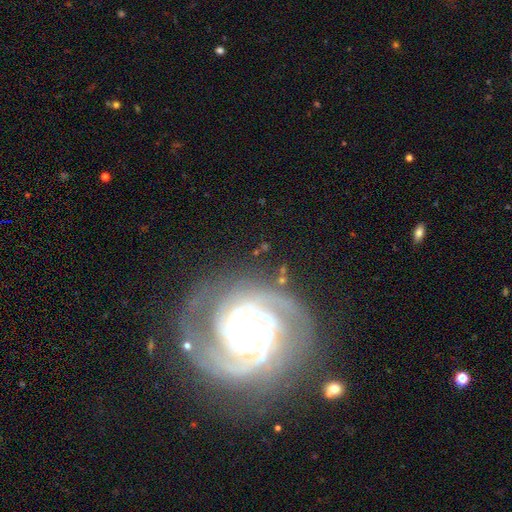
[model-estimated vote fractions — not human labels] The model was most divided on "bar": no: 47%, weak: 32%, strong: 21%. More confident: spiral arms — yes (98%); edge-on disk — no (98%); smooth or featured — featured or disk (90%); merging — none (73%); spiral winding — tight (68%); bulge size — moderate (53%); spiral arm count — 2 (51%).